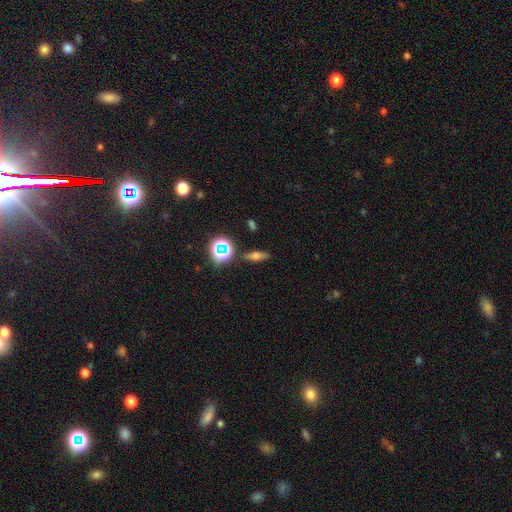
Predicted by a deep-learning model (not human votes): Smooth or featured? smooth (58%)
How rounded? in between (44%, tied with cigar-shaped)
Merging? none (85%)